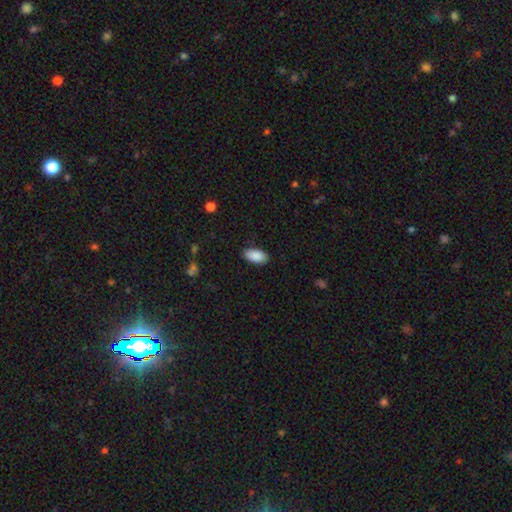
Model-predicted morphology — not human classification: The model was most divided on "merging": none: 86%, minor disturbance: 10%, major disturbance: 2%, merger: 1%. More confident: how rounded — in between (94%); smooth or featured — smooth (90%).